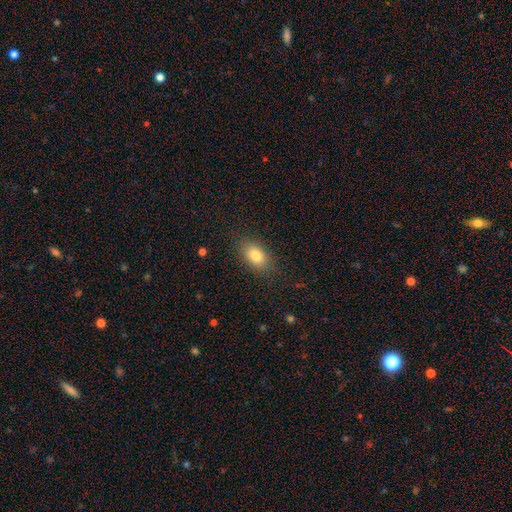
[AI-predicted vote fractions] smooth-or-featured: smooth: 82% | star or artifact: 9% | featured or disk: 9%
  how-rounded: in between: 86% | round: 12% | cigar-shaped: 2%
  merging: none: 85% | minor disturbance: 11% | major disturbance: 3% | merger: 1%